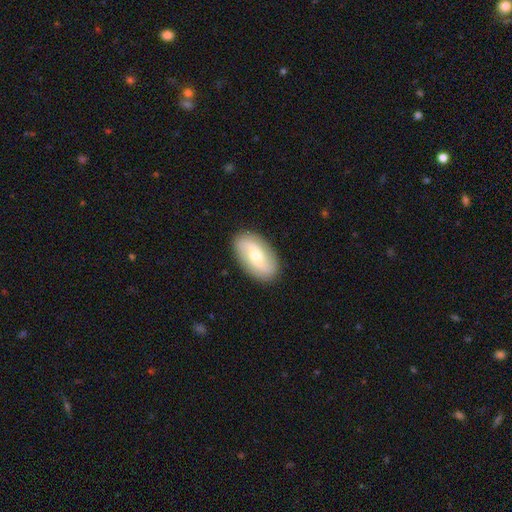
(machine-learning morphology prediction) Smooth or featured? Predicted: featured or disk (p=0.56). Edge-on disk? Predicted: no (p=0.92). Bar? Predicted: weak (p=0.41, tied with no). Spiral arms? Predicted: yes (p=0.78). Bulge size? Predicted: moderate (p=0.55). Merging? Predicted: none (p=0.88).